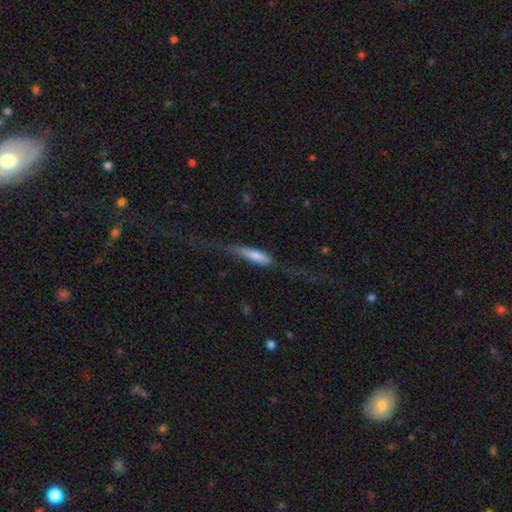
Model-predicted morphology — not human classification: Smooth or featured: featured or disk — 50% (smooth — 43%)
Merging: none — 43% (major disturbance — 32%)